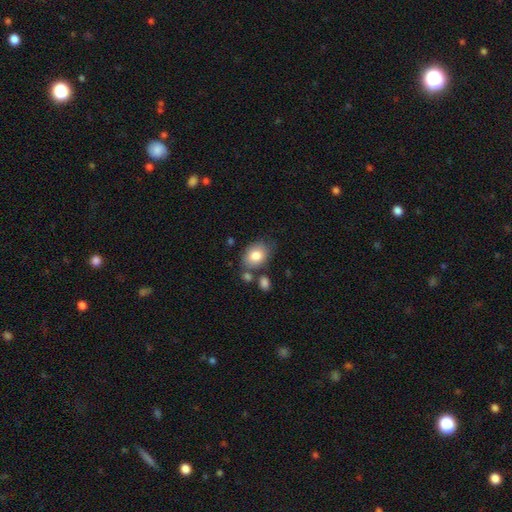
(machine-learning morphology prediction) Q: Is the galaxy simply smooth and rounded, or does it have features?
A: smooth — 81%.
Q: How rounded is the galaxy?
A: in between — 69%.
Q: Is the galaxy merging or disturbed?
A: none — 66%.